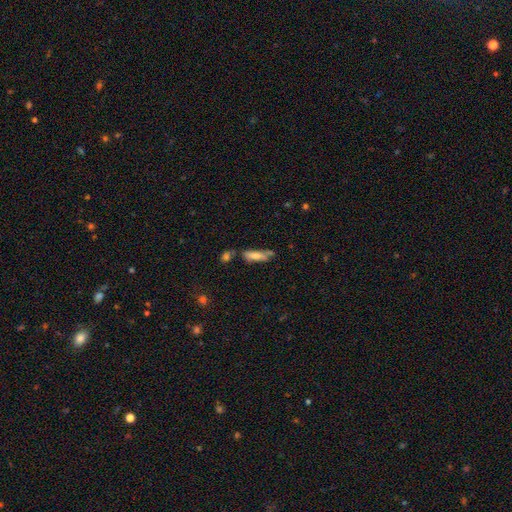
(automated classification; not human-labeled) A smooth galaxy with no disk features (69%) that is cigar-shaped (54%). Merging: none (50%).